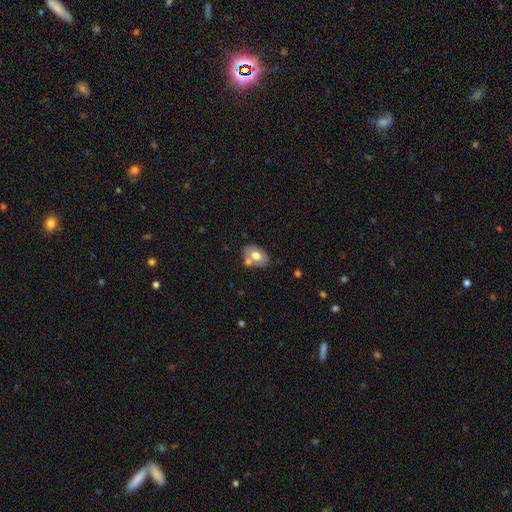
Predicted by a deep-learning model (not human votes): Smooth or featured?
  - smooth: 65% *
  - featured or disk: 28%
  - star or artifact: 7%
How rounded?
  - in between: 80% *
  - round: 19%
  - cigar-shaped: 1%
Merging?
  - none: 54% *
  - merger: 25%
  - minor disturbance: 16%
  - major disturbance: 4%